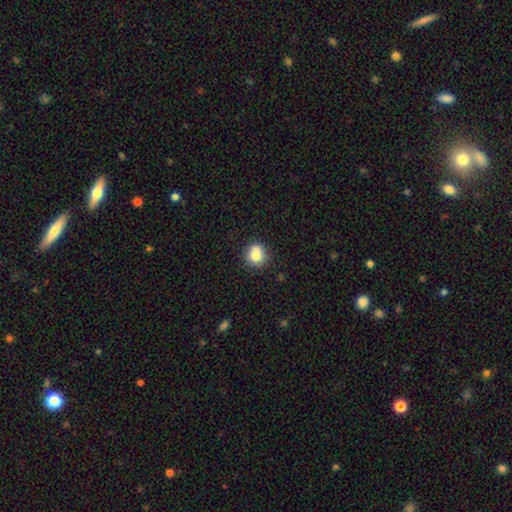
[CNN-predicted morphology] The model was most divided on "merging": none: 57%, merger: 21%, minor disturbance: 16%, major disturbance: 5%. More confident: how rounded — round (83%); smooth or featured — smooth (76%).